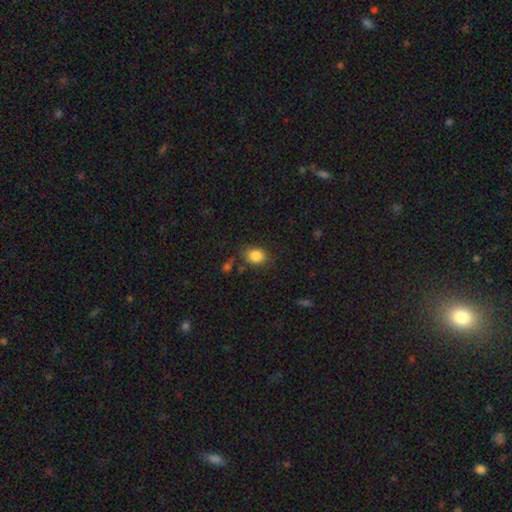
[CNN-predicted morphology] Smooth or featured: smooth — 85% (star or artifact — 10%)
How rounded: round — 50% (in between — 49%)
Merging: none — 73% (minor disturbance — 18%)